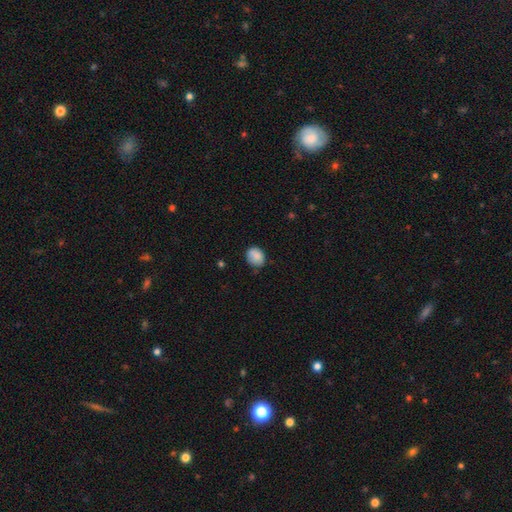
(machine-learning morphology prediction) Overall: smooth (85%). How rounded: round (50%; in between 49%). Merging: none (67%).